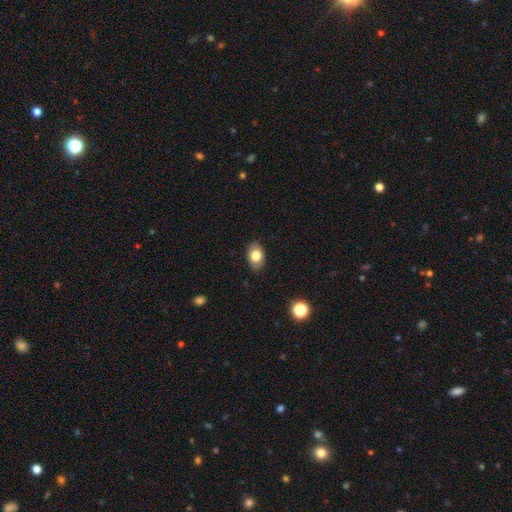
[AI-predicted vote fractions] A smooth galaxy with no disk features (77%) that is in between round and cigar-shaped (83%). Merging: none (85%).